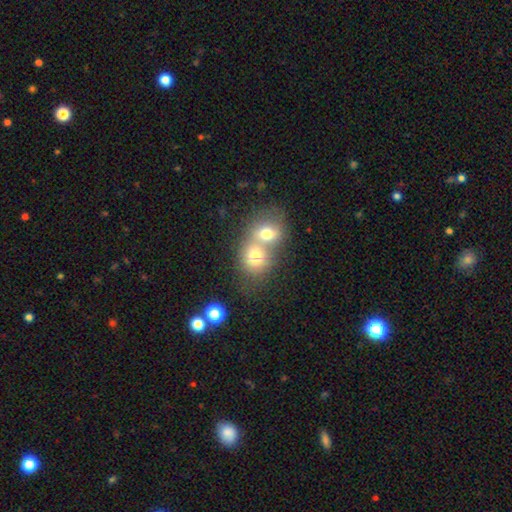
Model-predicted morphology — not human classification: This is likely a smooth galaxy (69%). How rounded: likely round (65%). Merging: likely merger (67%).